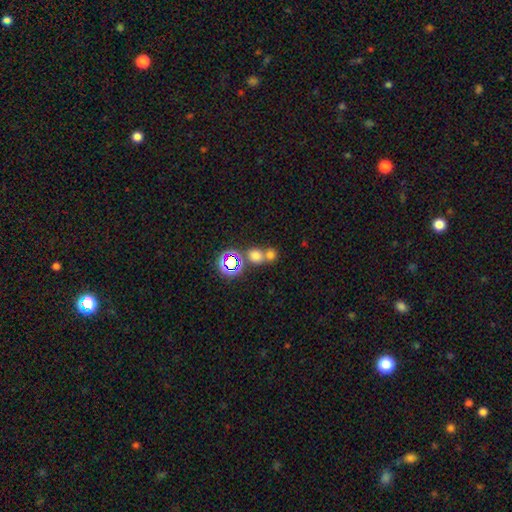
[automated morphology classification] Smooth or featured?
  - smooth: 66% *
  - star or artifact: 25%
  - featured or disk: 9%
How rounded?
  - round: 73% *
  - in between: 25%
  - cigar-shaped: 1%
Merging?
  - merger: 47% *
  - none: 43%
  - minor disturbance: 6%
  - major disturbance: 3%